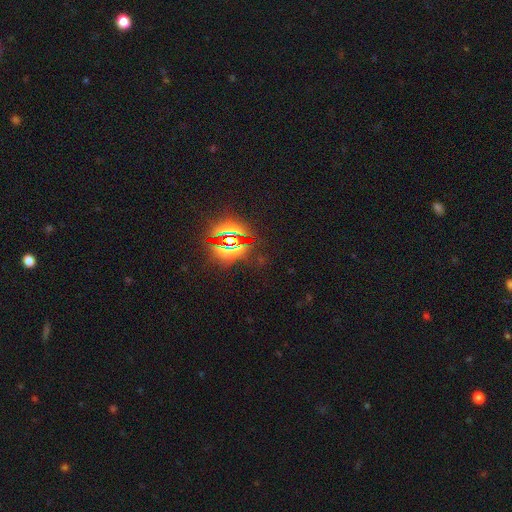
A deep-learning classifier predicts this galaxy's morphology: The model was most divided on "smooth or featured": star or artifact: 85%, smooth: 9%, featured or disk: 6%.